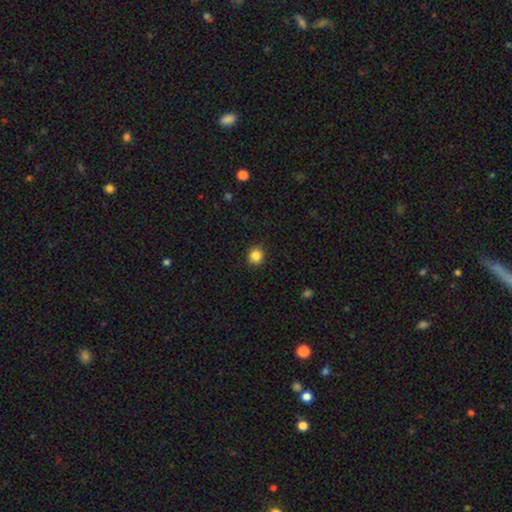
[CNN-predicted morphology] Q: Smooth or featured?
A: smooth (85%); runner-up: star or artifact (11%)
Q: How rounded?
A: round (91%); runner-up: in between (8%)
Q: Merging?
A: none (92%); runner-up: minor disturbance (6%)